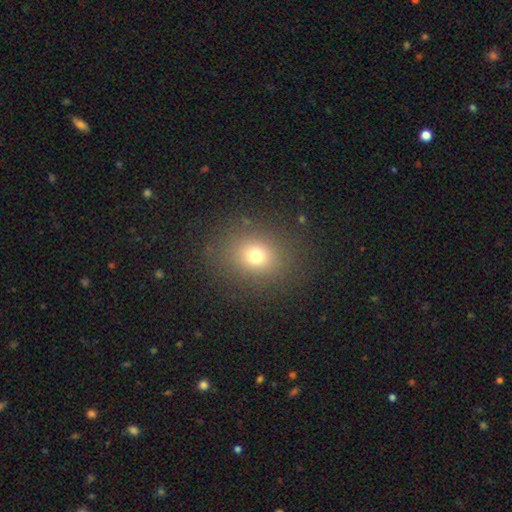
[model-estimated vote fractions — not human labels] smooth-or-featured: smooth: 72% | star or artifact: 18% | featured or disk: 10%
  how-rounded: round: 63% | in between: 36% | cigar-shaped: 1%
  merging: none: 85% | minor disturbance: 9% | major disturbance: 5% | merger: 1%